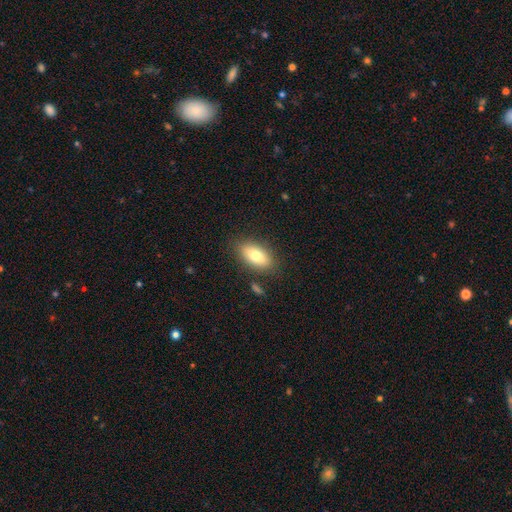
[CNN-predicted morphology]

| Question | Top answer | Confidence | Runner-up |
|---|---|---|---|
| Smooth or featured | smooth | 77% | featured or disk (16%) |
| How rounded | in between | 88% | cigar-shaped (7%) |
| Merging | none | 82% | minor disturbance (11%) |